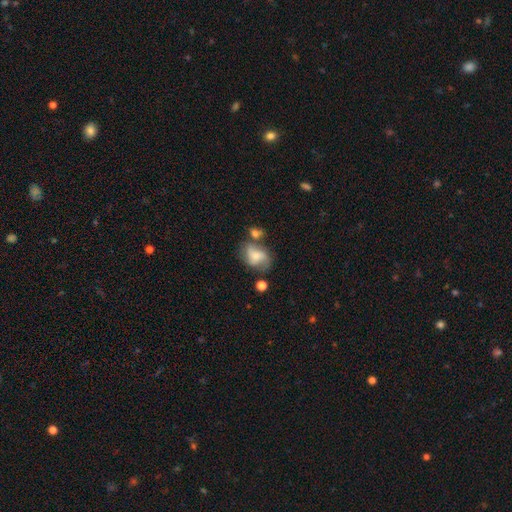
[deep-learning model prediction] This is possibly a featured or disk galaxy (49%). Merging: marginally none (44%).